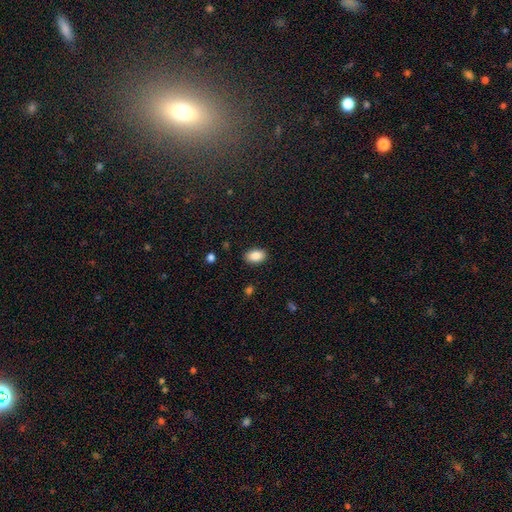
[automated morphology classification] The model was most divided on "merging": none: 88%, minor disturbance: 9%, major disturbance: 2%, merger: 1%. More confident: how rounded — in between (89%); smooth or featured — smooth (88%).